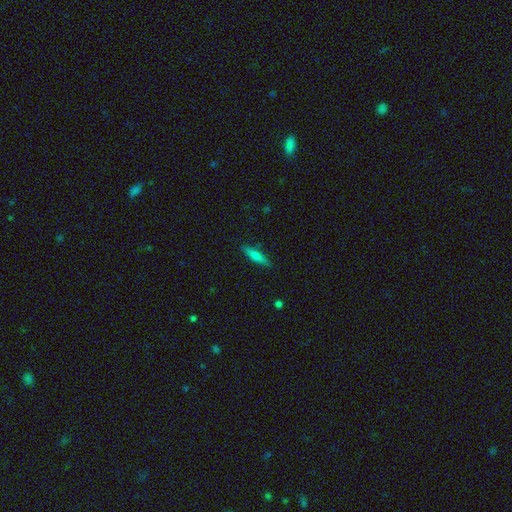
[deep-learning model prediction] Q: Smooth or featured?
A: smooth (69%); runner-up: featured or disk (24%)
Q: How rounded?
A: cigar-shaped (82%); runner-up: in between (17%)
Q: Merging?
A: none (87%); runner-up: minor disturbance (10%)